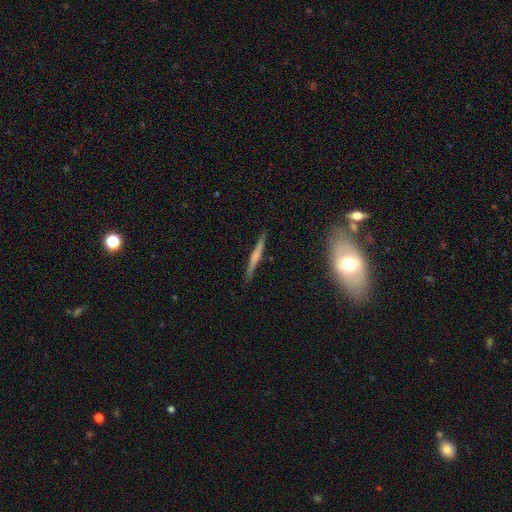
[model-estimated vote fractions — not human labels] Overall: featured or disk (49%; smooth 43%). Merging: none (88%).